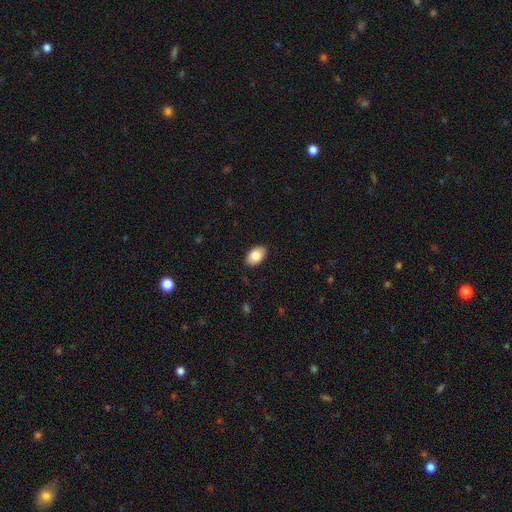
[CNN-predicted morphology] Smooth or featured?
  - smooth: 84% *
  - featured or disk: 9%
  - star or artifact: 7%
How rounded?
  - in between: 91% *
  - round: 8%
  - cigar-shaped: 1%
Merging?
  - none: 88% *
  - minor disturbance: 10%
  - major disturbance: 2%
  - merger: 1%